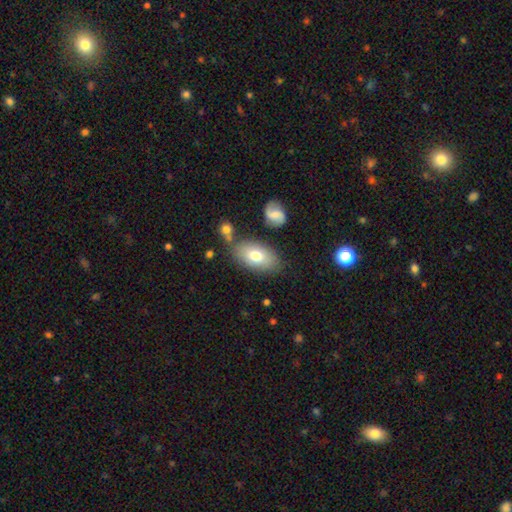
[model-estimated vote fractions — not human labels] Smooth or featured: smooth — 73% (featured or disk — 20%)
How rounded: in between — 91% (round — 6%)
Merging: none — 74% (minor disturbance — 15%)